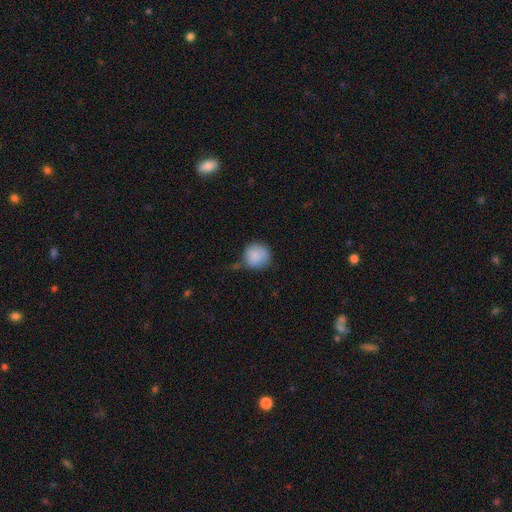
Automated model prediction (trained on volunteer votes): Q: Smooth or featured?
A: smooth (87%); runner-up: star or artifact (7%)
Q: How rounded?
A: round (91%); runner-up: in between (8%)
Q: Merging?
A: none (58%); runner-up: minor disturbance (28%)